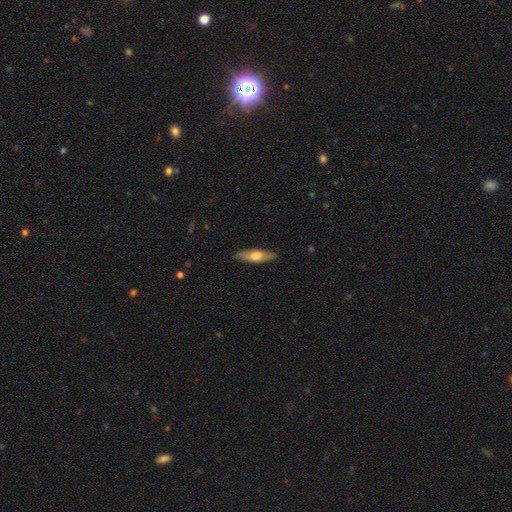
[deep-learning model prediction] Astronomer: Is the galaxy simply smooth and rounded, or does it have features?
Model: smooth — 59% (runner-up: featured or disk, 36%).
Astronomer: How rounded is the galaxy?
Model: cigar-shaped — 54% (runner-up: in between, 44%).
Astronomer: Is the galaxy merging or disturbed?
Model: none — 88%.